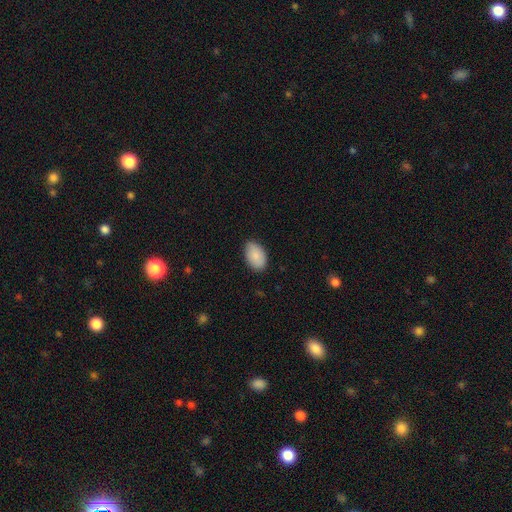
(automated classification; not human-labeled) smooth-or-featured: smooth: 87% | featured or disk: 7% | star or artifact: 6%
  how-rounded: in between: 92% | round: 7% | cigar-shaped: 1%
  merging: none: 83% | minor disturbance: 14% | major disturbance: 2% | merger: 1%